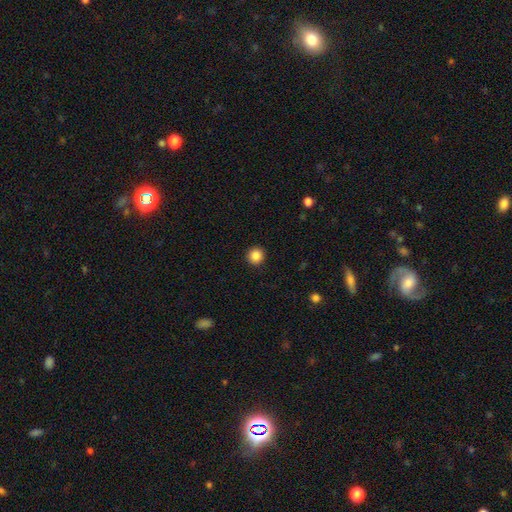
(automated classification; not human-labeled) This is clearly a smooth galaxy (86%). How rounded: clearly round (94%). Merging: clearly none (93%).